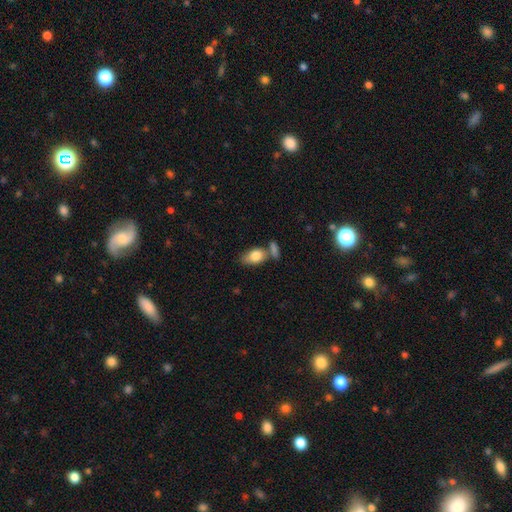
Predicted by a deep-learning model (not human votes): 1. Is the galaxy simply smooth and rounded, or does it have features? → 81% smooth, 13% featured or disk, 7% star or artifact.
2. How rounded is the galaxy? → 87% in between, 10% round, 3% cigar-shaped.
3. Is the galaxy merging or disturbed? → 48% none, 30% merger, 16% minor disturbance, 6% major disturbance.